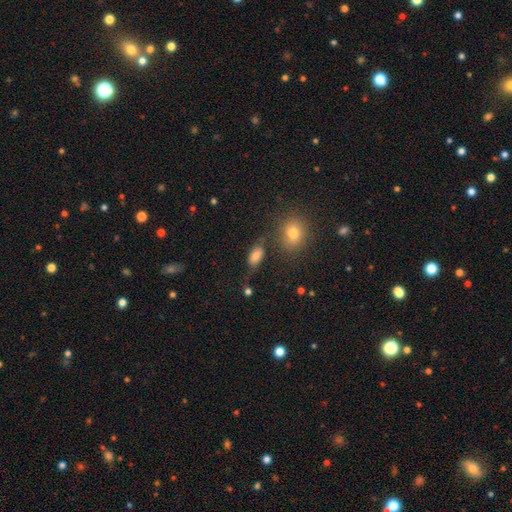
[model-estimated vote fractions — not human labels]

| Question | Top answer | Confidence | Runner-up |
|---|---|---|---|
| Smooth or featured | smooth | 77% | featured or disk (12%) |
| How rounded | in between | 88% | round (8%) |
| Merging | none | 60% | minor disturbance (21%) |